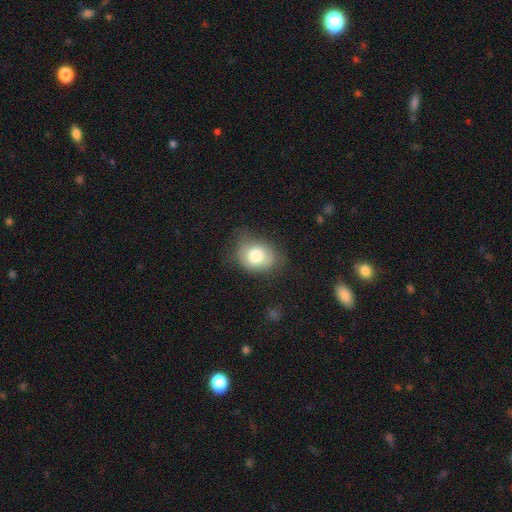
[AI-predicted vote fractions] A smooth galaxy with no disk features (77%) that is in between round and cigar-shaped (51%). Merging: none (55%).